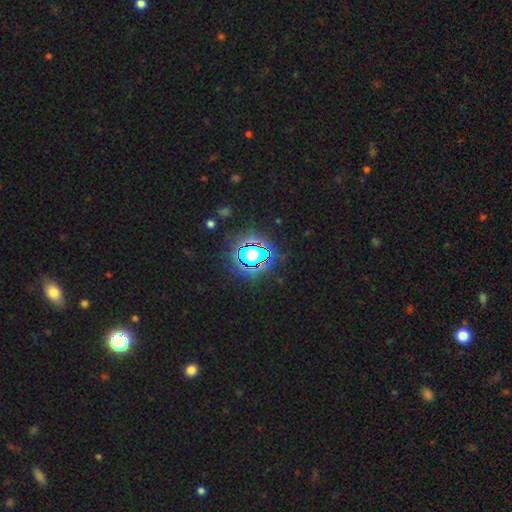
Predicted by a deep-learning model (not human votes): A star or artifact, not a galaxy (79%).